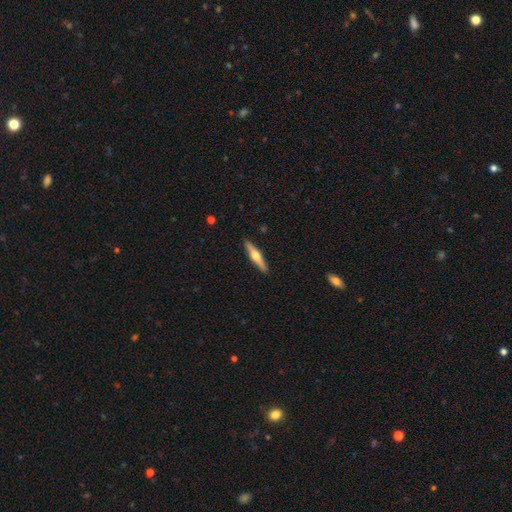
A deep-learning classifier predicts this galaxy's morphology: type=featured or disk (61%); edge-on=yes (97%); edge-on bulge=rounded (94%); merging=none (91%).